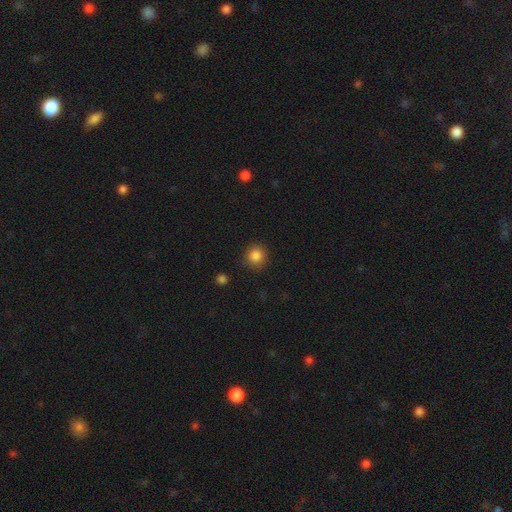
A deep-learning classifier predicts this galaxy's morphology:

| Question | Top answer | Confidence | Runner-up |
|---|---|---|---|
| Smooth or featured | smooth | 85% | star or artifact (11%) |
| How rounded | round | 91% | in between (8%) |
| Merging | none | 89% | minor disturbance (7%) |